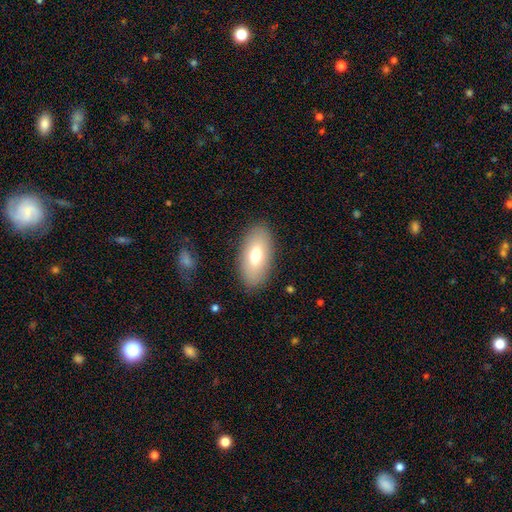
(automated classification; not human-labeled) The model was most divided on "smooth or featured": smooth: 72%, featured or disk: 21%, star or artifact: 7%. More confident: how rounded — in between (91%); merging — none (87%).